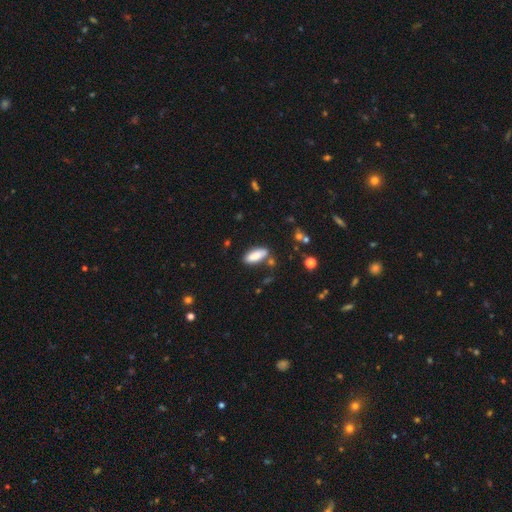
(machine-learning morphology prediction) Smooth or featured?
  - smooth: 87% *
  - star or artifact: 7%
  - featured or disk: 7%
How rounded?
  - in between: 75% *
  - cigar-shaped: 23%
  - round: 2%
Merging?
  - none: 76% *
  - minor disturbance: 14%
  - merger: 6%
  - major disturbance: 3%